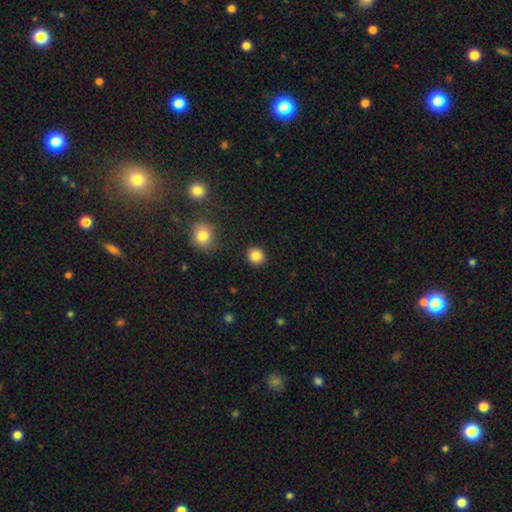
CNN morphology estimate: A smooth galaxy with no disk features (86%) that is round (85%). Merging: none (91%).